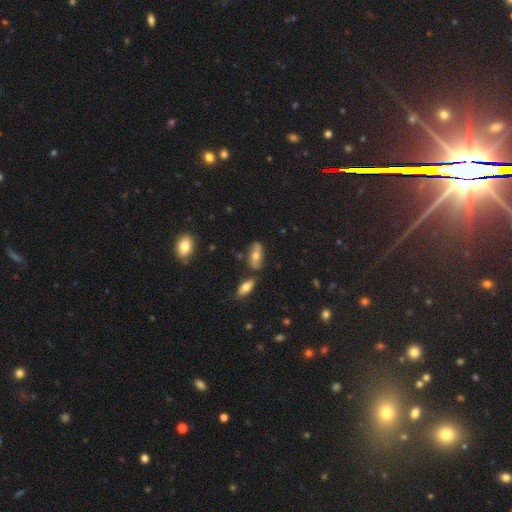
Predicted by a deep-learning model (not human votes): Smooth or featured: featured or disk — 46% (smooth — 44%)
Merging: none — 71% (minor disturbance — 17%)